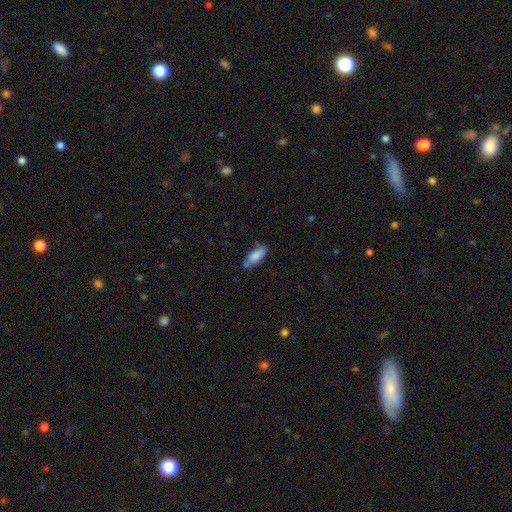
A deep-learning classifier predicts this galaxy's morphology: smooth-or-featured: smooth: 82% | featured or disk: 11% | star or artifact: 7%
  how-rounded: in between: 74% | cigar-shaped: 24% | round: 2%
  merging: none: 65% | minor disturbance: 24% | merger: 6% | major disturbance: 5%